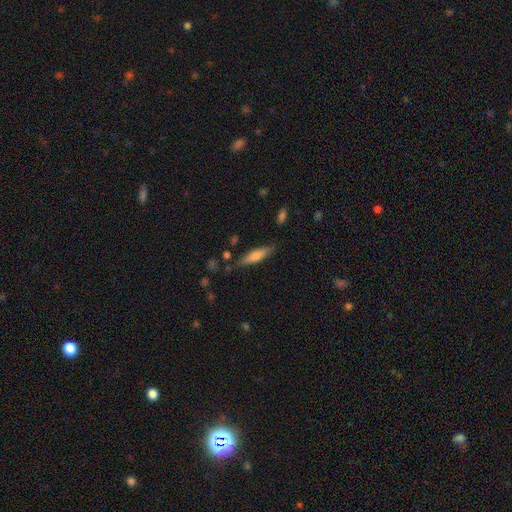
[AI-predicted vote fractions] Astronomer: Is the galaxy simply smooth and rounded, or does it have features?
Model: smooth — 66%.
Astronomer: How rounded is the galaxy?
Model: cigar-shaped — 71%.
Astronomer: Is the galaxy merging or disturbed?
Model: none — 79%.